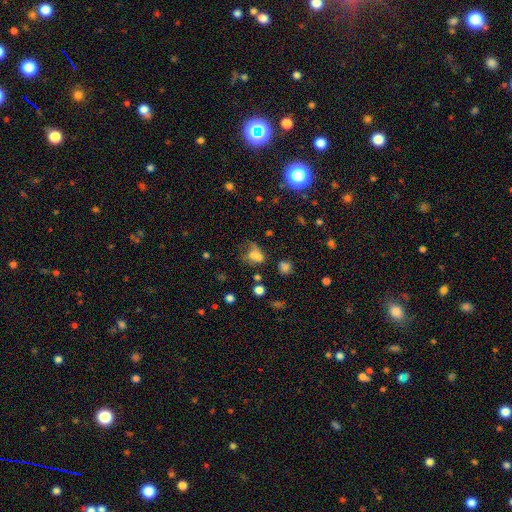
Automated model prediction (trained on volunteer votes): Smooth or featured?
  - smooth: 60% *
  - star or artifact: 21%
  - featured or disk: 19%
How rounded?
  - in between: 60% *
  - round: 36%
  - cigar-shaped: 3%
Merging?
  - merger: 29% *
  - none: 27%
  - major disturbance: 25%
  - minor disturbance: 18%